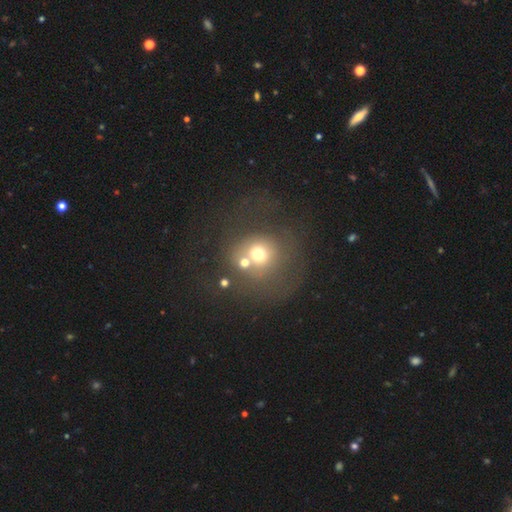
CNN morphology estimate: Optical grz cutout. It shows a smooth galaxy with no disk features (56%) that is round (84%). Merging: none (37%).